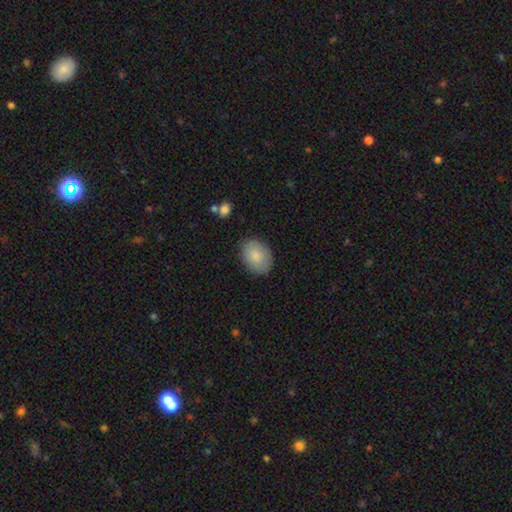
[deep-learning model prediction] The model was most divided on "how rounded": in between: 75%, round: 24%, cigar-shaped: 1%. More confident: smooth or featured — smooth (84%); merging — none (83%).